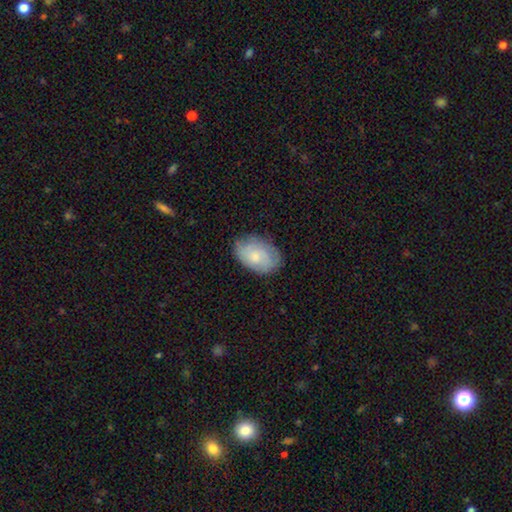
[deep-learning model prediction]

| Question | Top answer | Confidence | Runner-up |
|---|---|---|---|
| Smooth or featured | smooth | 65% | featured or disk (28%) |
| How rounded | in between | 87% | round (11%) |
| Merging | none | 75% | minor disturbance (19%) |